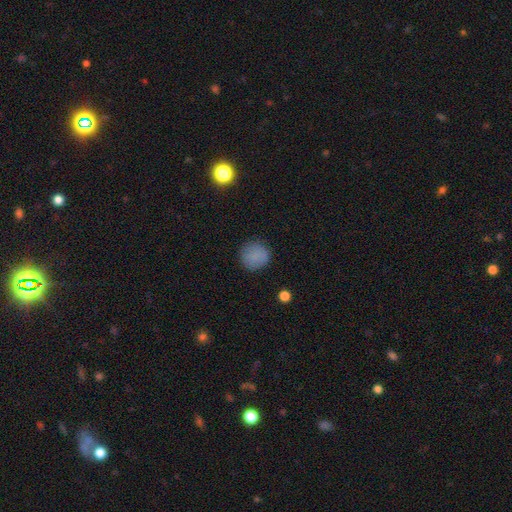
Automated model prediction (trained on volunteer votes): Smooth or featured?
  - smooth: 84% *
  - star or artifact: 10%
  - featured or disk: 5%
How rounded?
  - round: 91% *
  - in between: 8%
  - cigar-shaped: 1%
Merging?
  - none: 86% *
  - minor disturbance: 10%
  - major disturbance: 3%
  - merger: 1%